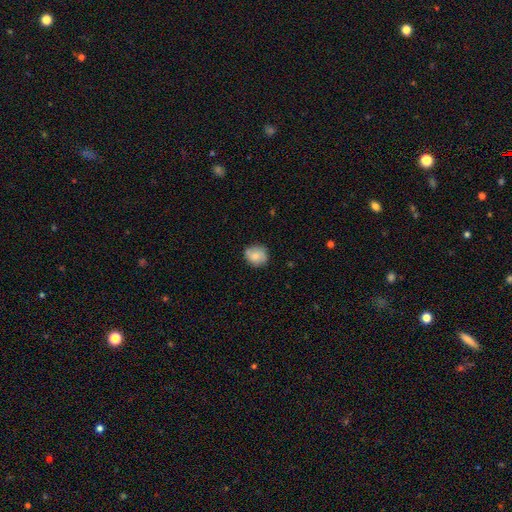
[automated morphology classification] smooth 69%, featured or disk 23%, star or artifact 8%. Down the decision tree: how rounded — round (77%); merging — none (78%).